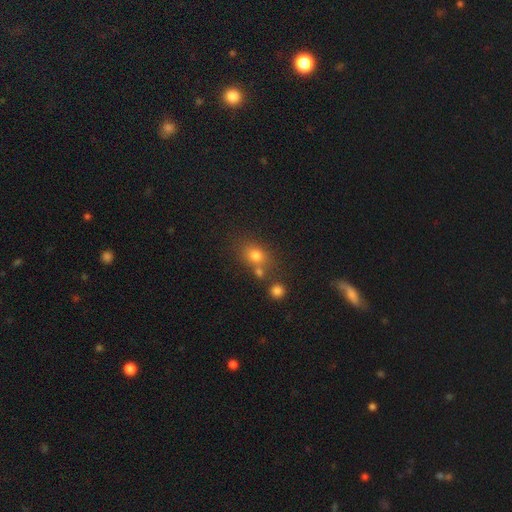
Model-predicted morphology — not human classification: Smooth or featured? smooth (76%)
How rounded? round (58%)
Merging? none (58%)